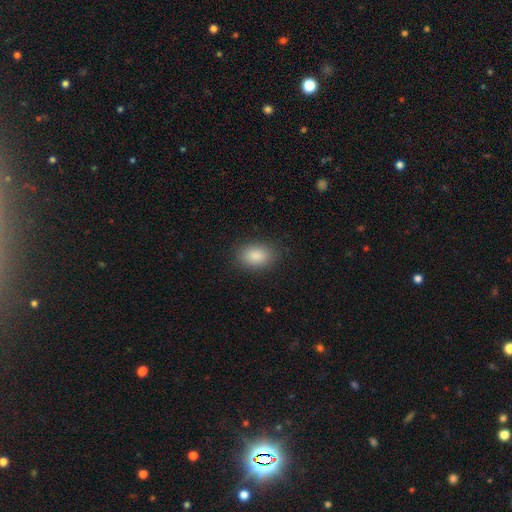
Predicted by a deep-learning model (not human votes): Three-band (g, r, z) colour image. It shows a smooth galaxy with no disk features (88%) that is in between round and cigar-shaped (87%). Merging: none (86%).